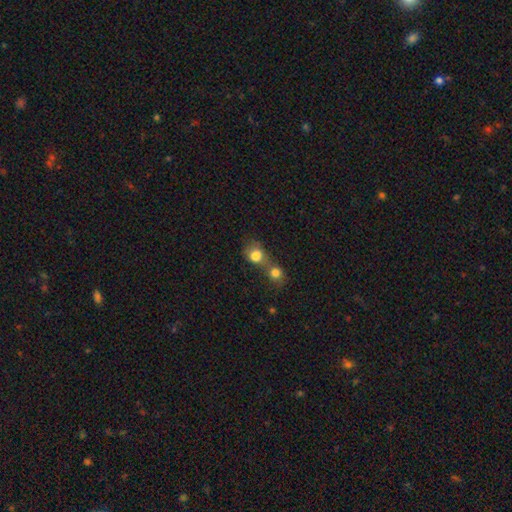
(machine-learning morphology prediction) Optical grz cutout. It shows a smooth galaxy with no disk features (79%) that is round (64%). Merging: merger (62%).